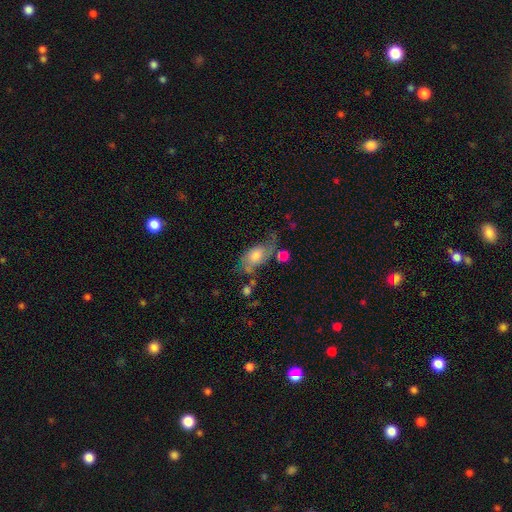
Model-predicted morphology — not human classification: type=smooth (53%); roundness=in between (84%); merging=none (38%).